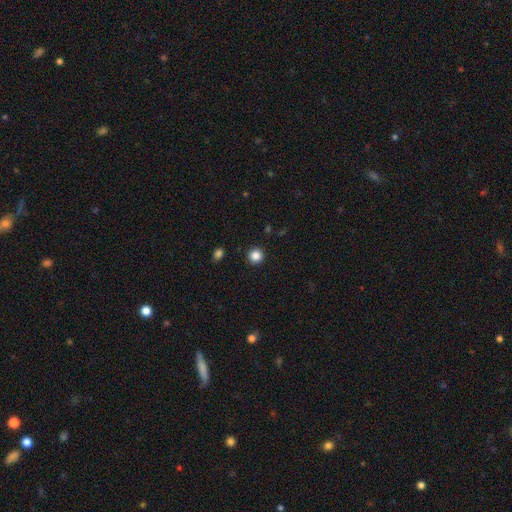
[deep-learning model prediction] Morphology: type=smooth (85%); roundness=round (94%); merging=none (93%).